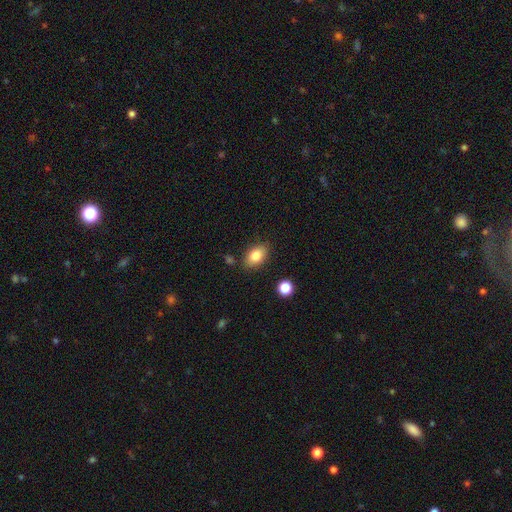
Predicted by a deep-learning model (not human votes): This is clearly a smooth galaxy (82%). How rounded: clearly in between (85%). Merging: clearly none (82%).